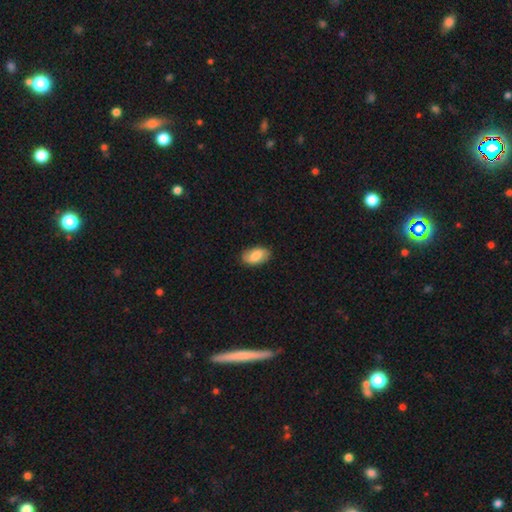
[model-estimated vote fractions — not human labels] This appears to be a smooth galaxy with no disk features (76%) that is in between round and cigar-shaped (93%). Merging: none (83%).